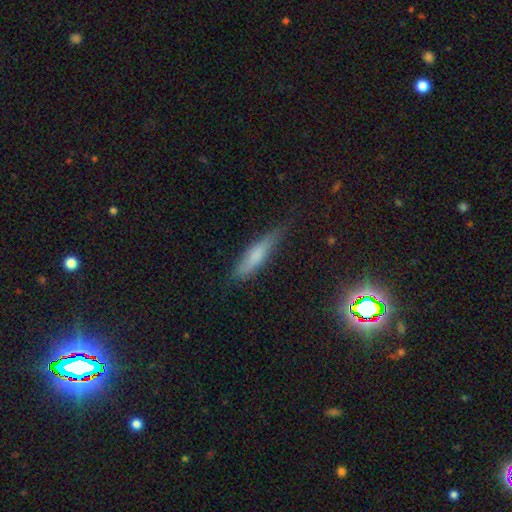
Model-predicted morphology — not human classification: smooth 68%, featured or disk 23%, star or artifact 9%. Down the decision tree: how rounded — cigar-shaped (78%); merging — none (71%).